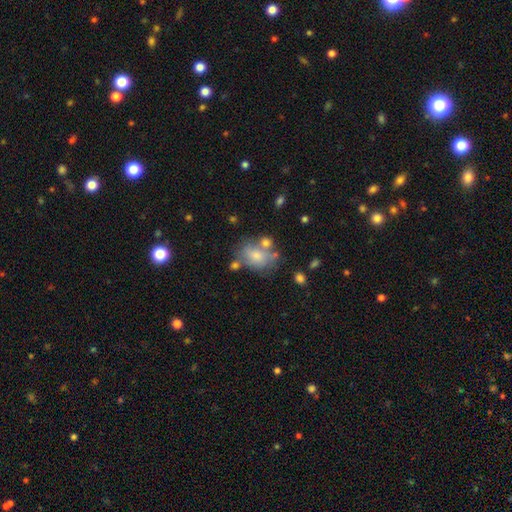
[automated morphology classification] smooth 65%, featured or disk 24%, star or artifact 11%. Down the decision tree: how rounded — in between (66%); merging — none (47%).